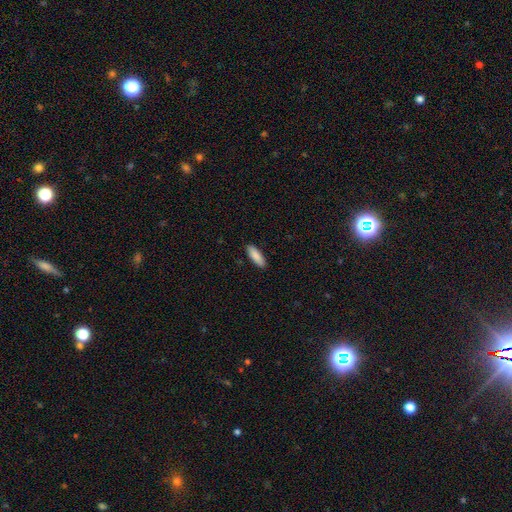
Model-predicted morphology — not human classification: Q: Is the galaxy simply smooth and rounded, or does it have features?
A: smooth — 89%.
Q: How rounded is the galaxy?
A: in between — 59%.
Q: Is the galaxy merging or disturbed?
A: none — 90%.